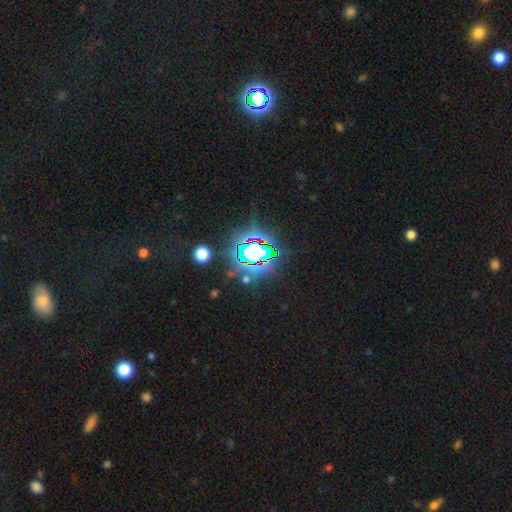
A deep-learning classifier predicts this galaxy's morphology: Smooth or featured? star or artifact (74%)